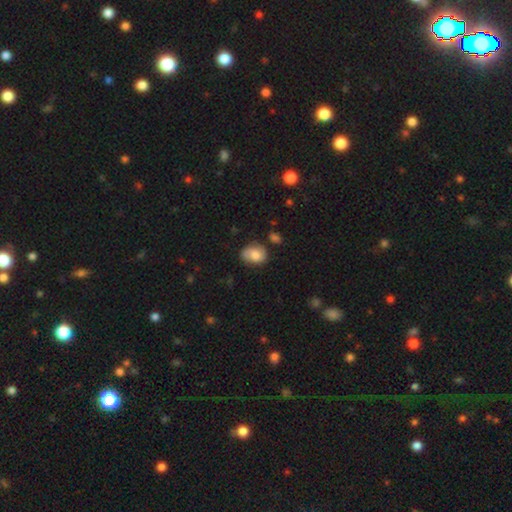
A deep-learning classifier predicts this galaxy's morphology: A smooth galaxy with no disk features (62%) that is in between round and cigar-shaped (61%).

Vote fractions:
- Smooth or featured? smooth: 62% / featured or disk: 29% / star or artifact: 8%
- How rounded? in between: 61% / round: 37% / cigar-shaped: 1%
- Merging? none: 57% / minor disturbance: 30% / major disturbance: 9% / merger: 4%